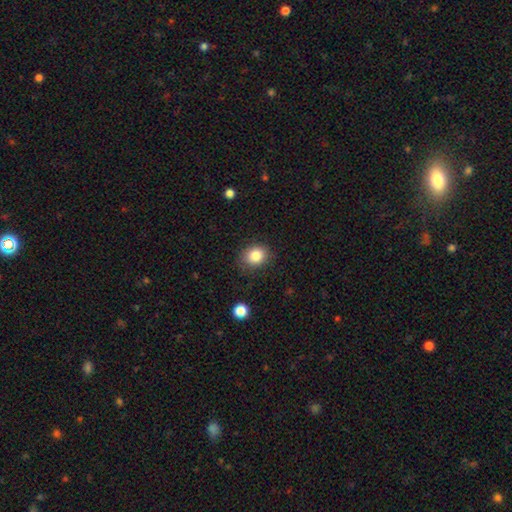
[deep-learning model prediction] Q: Smooth or featured?
A: smooth (83%); runner-up: star or artifact (10%)
Q: How rounded?
A: round (58%); runner-up: in between (41%)
Q: Merging?
A: none (83%); runner-up: minor disturbance (12%)